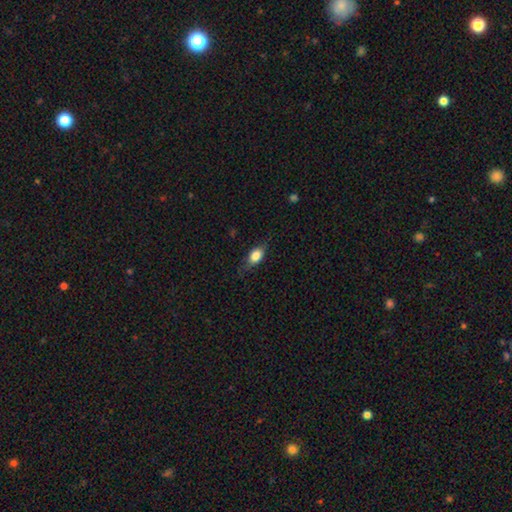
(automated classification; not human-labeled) Smooth or featured? Predicted: smooth (p=0.75). How rounded? Predicted: in between (p=0.76). Merging? Predicted: none (p=0.72).